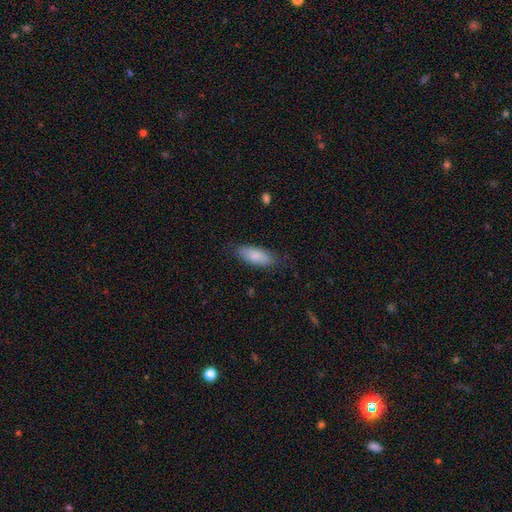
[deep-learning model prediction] smooth 84%, featured or disk 10%, star or artifact 6%. Down the decision tree: how rounded — in between (78%); merging — none (79%).